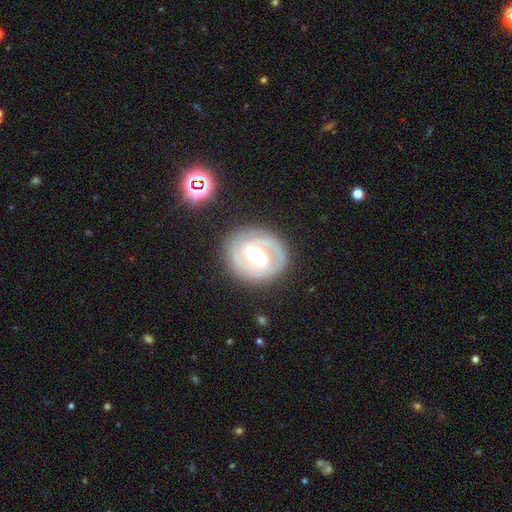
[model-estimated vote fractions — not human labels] Overall: featured or disk (80%). Edge-on disk: no (97%). Bar: weak (42%; strong 33%). Spiral arms: yes (82%). Spiral arm count: 2 (72%). Spiral winding: tight (64%; medium 27%). Bulge size: moderate (68%). Merging: none (82%).